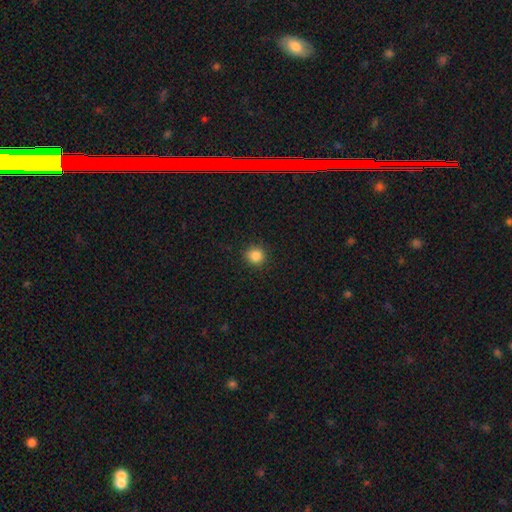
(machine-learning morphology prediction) Smooth or featured? smooth (85%)
How rounded? round (92%)
Merging? none (90%)